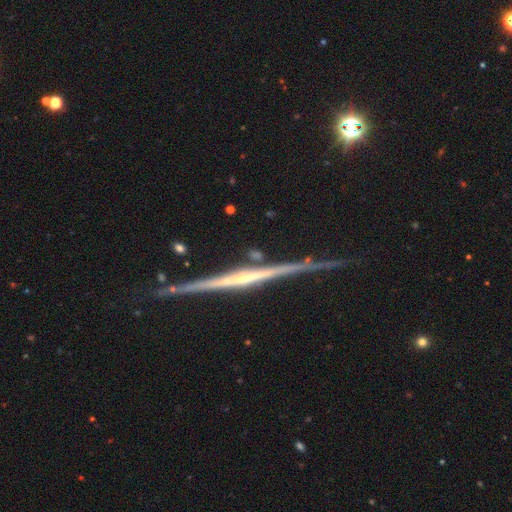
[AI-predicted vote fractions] A featured or disk galaxy (85%) viewed edge-on (98%) with a rounded central bulge (52%).

Vote fractions:
- Smooth or featured? featured or disk: 85% / smooth: 9% / star or artifact: 6%
- Edge-on disk? yes: 98% / no: 2%
- Edge-on bulge? rounded: 52% / none: 36% / boxy: 11%
- Merging? none: 78% / minor disturbance: 15% / merger: 4% / major disturbance: 3%